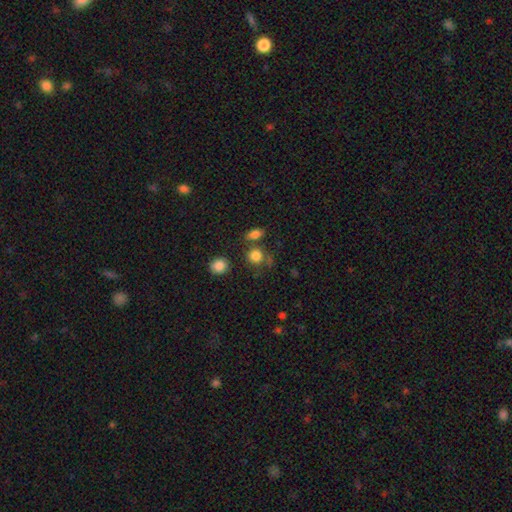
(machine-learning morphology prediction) This appears to be a smooth galaxy with no disk features (83%) that is round (83%). Merging: none (67%).